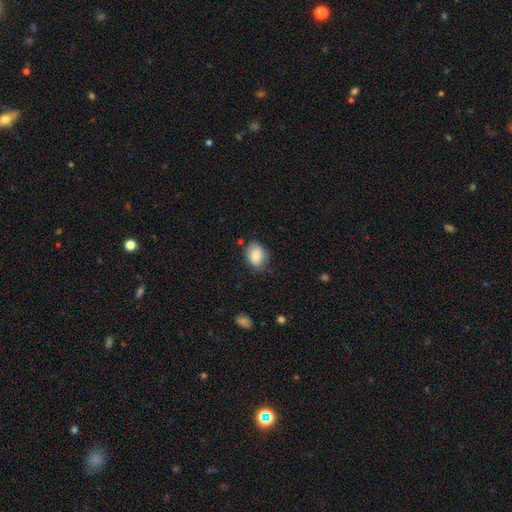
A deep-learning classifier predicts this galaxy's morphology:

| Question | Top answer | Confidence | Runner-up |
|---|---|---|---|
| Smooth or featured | smooth | 79% | featured or disk (13%) |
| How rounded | in between | 66% | round (33%) |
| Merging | none | 68% | minor disturbance (24%) |